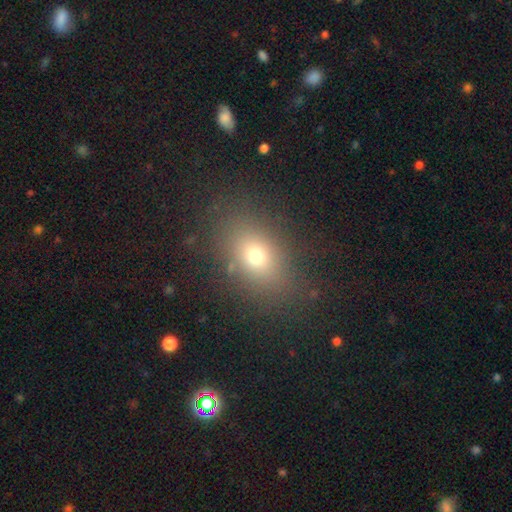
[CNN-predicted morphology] Q: Smooth or featured?
A: smooth (70%); runner-up: star or artifact (16%)
Q: How rounded?
A: in between (72%); runner-up: round (26%)
Q: Merging?
A: none (82%); runner-up: minor disturbance (10%)